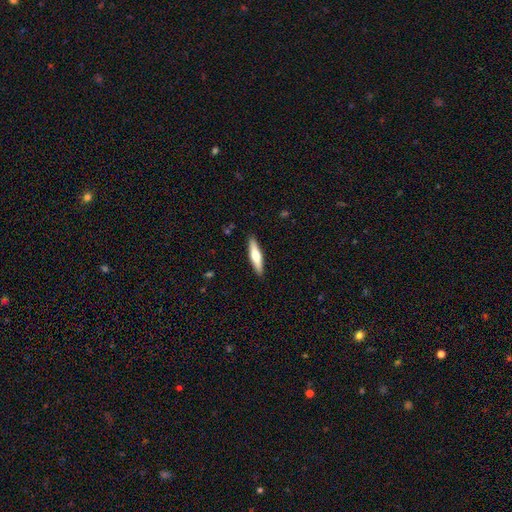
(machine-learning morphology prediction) smooth 57%, featured or disk 38%, star or artifact 5%. Down the decision tree: how rounded — cigar-shaped (76%); merging — none (90%).